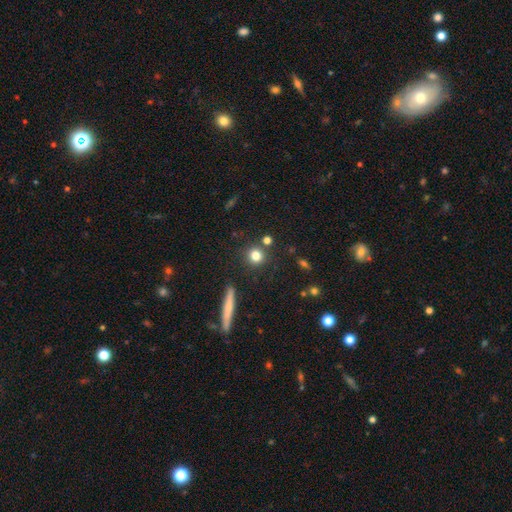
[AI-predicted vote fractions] This appears to be a smooth galaxy with no disk features (79%) that is round (89%). Merging: none (84%).